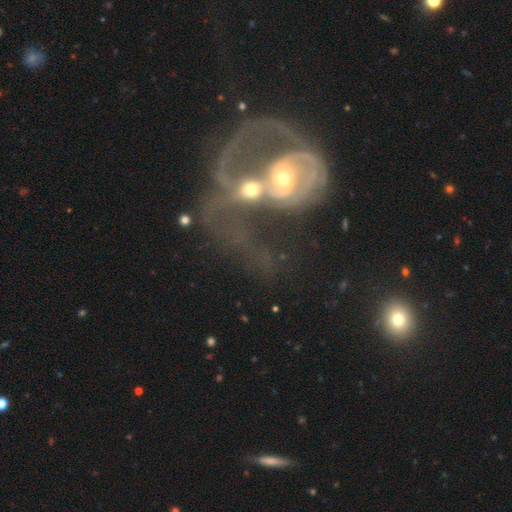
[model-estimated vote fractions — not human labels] The model was most divided on "bulge size": moderate: 52%, small: 38%, large: 5%, none: 4%, dominant: 2%. More confident: edge-on disk — no (96%); merging — merger (73%); bar — no (70%); smooth or featured — featured or disk (69%); spiral arms — yes (60%).